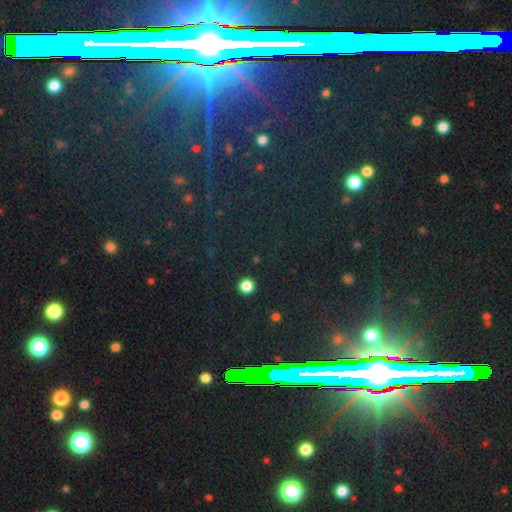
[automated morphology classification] A star or artifact, not a galaxy (81%).